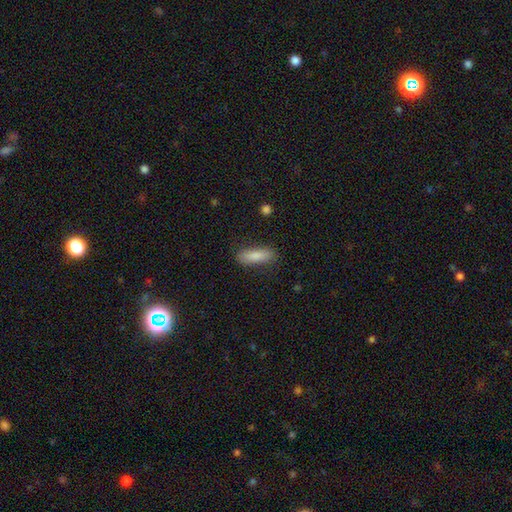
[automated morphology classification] Smooth or featured: smooth — 85% (featured or disk — 9%)
How rounded: cigar-shaped — 50% (in between — 48%)
Merging: none — 84% (minor disturbance — 12%)